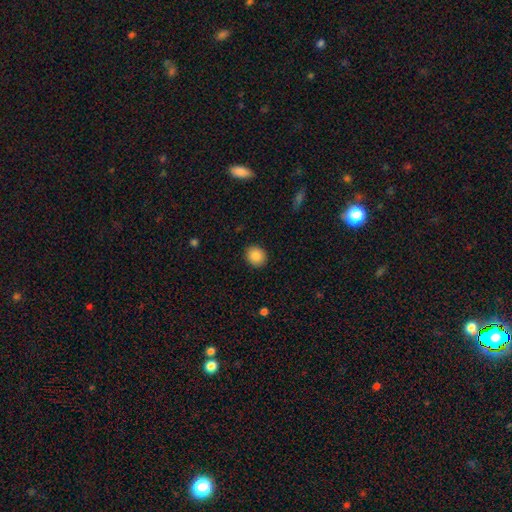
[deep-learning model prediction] A smooth galaxy with no disk features (88%) that is round (80%). Merging: none (91%).